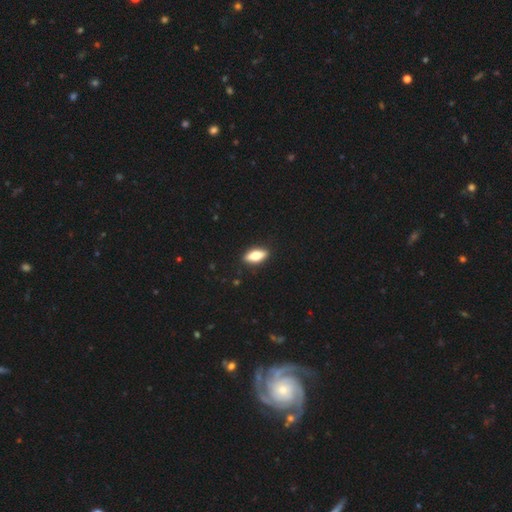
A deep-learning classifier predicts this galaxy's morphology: Overall: smooth (66%; featured or disk 27%). How rounded: in between (76%). Merging: none (89%).